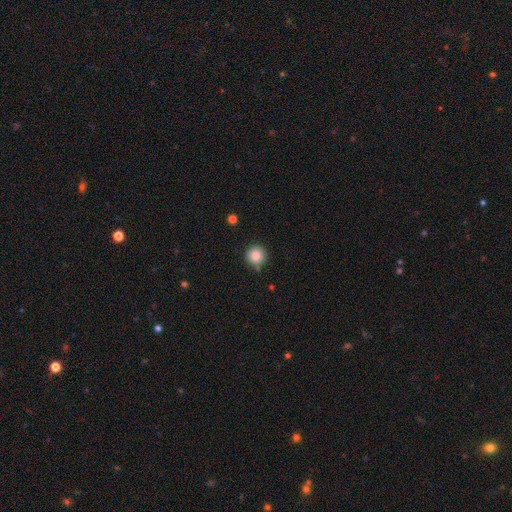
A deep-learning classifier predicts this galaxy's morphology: smooth 85%, star or artifact 10%, featured or disk 5%. Down the decision tree: how rounded — round (95%); merging — none (84%).